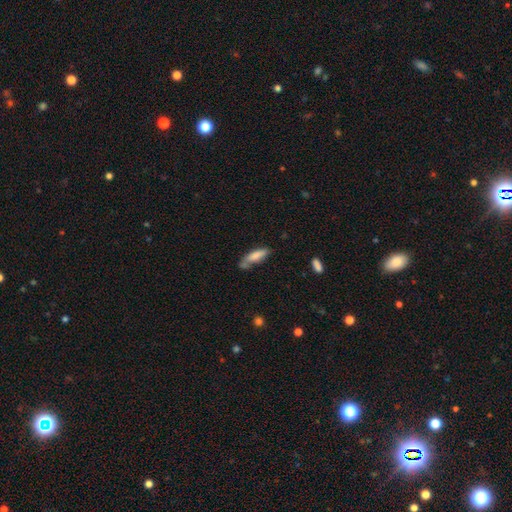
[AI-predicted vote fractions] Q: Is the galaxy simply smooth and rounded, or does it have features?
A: smooth — 77%.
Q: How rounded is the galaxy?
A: cigar-shaped — 59%.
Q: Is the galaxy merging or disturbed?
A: none — 50%.